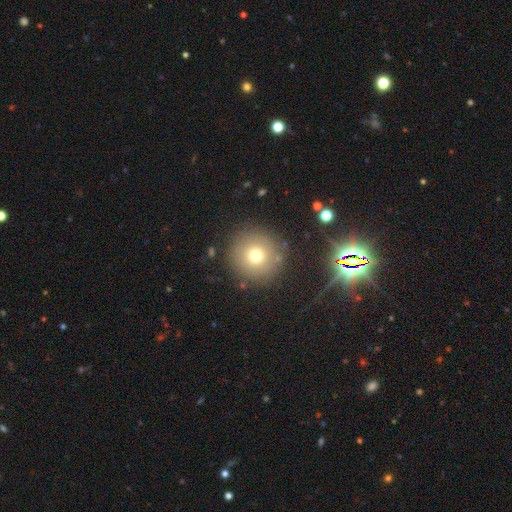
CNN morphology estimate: Smooth or featured: smooth — 71% (star or artifact — 15%)
How rounded: round — 95% (in between — 4%)
Merging: none — 86% (minor disturbance — 8%)